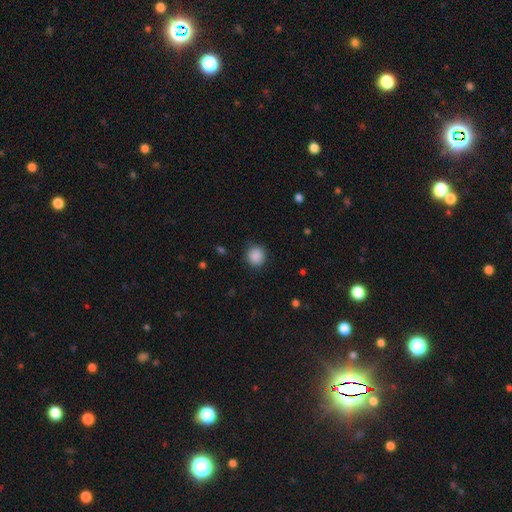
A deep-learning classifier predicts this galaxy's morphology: type=smooth (88%); roundness=round (86%); merging=none (87%).